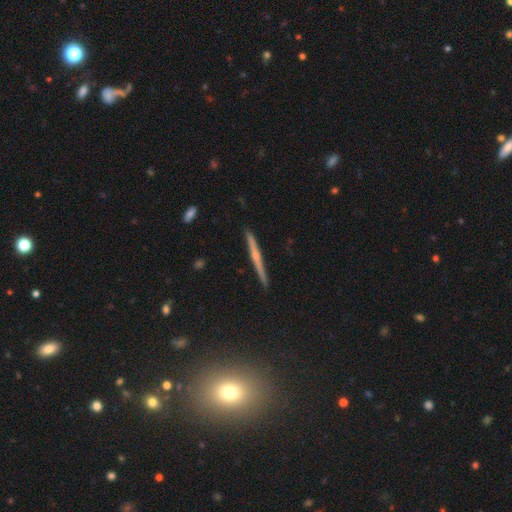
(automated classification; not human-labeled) smooth_or_featured: featured or disk (p=0.71) [alt: smooth p=0.22]
disk_edge_on: yes (p=0.98) [alt: no p=0.02]
edge_on_bulge: rounded (p=0.65) [alt: none p=0.29]
merging: none (p=0.91) [alt: minor disturbance p=0.06]